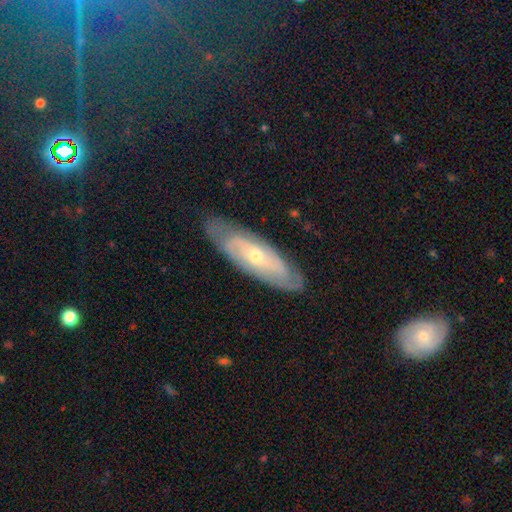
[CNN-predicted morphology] Q: Smooth or featured?
A: featured or disk (73%); runner-up: smooth (21%)
Q: Edge-on disk?
A: no (79%); runner-up: yes (21%)
Q: Bar?
A: no (70%); runner-up: weak (23%)
Q: Spiral arms?
A: yes (80%); runner-up: no (20%)
Q: Bulge size?
A: small (54%); runner-up: moderate (43%)
Q: Merging?
A: none (79%); runner-up: minor disturbance (16%)